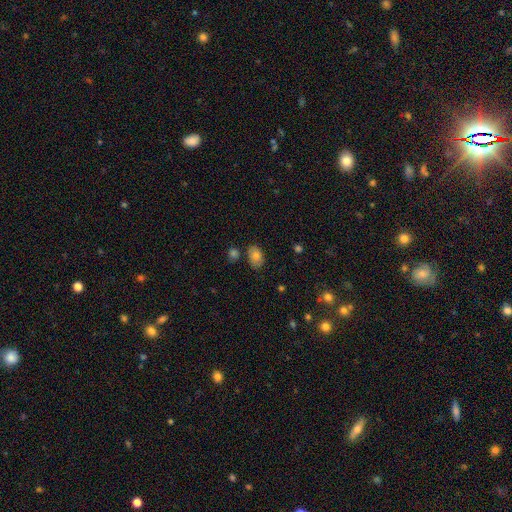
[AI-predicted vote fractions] This is likely a smooth galaxy (78%). How rounded: clearly in between (82%). Merging: likely none (77%).